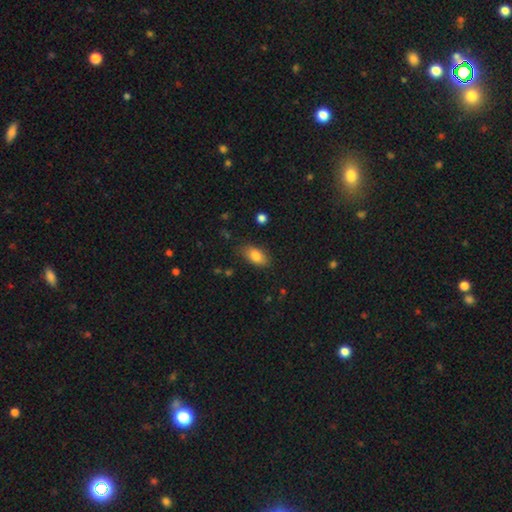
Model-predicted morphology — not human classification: type=smooth (83%); roundness=in between (89%); merging=none (79%).